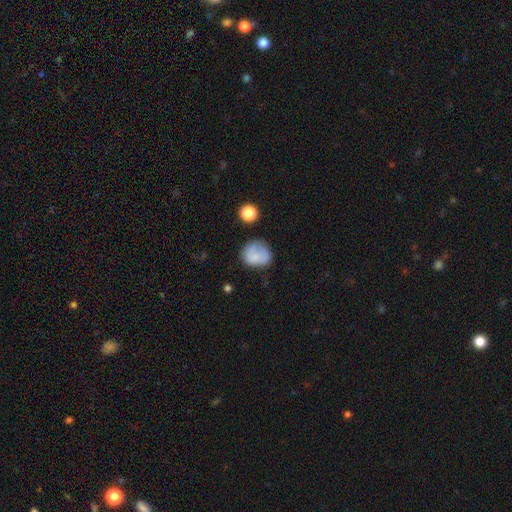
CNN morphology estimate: Smooth or featured?
  - smooth: 77% *
  - featured or disk: 14%
  - star or artifact: 10%
How rounded?
  - round: 71% *
  - in between: 28%
  - cigar-shaped: 1%
Merging?
  - none: 58% *
  - minor disturbance: 27%
  - major disturbance: 11%
  - merger: 4%